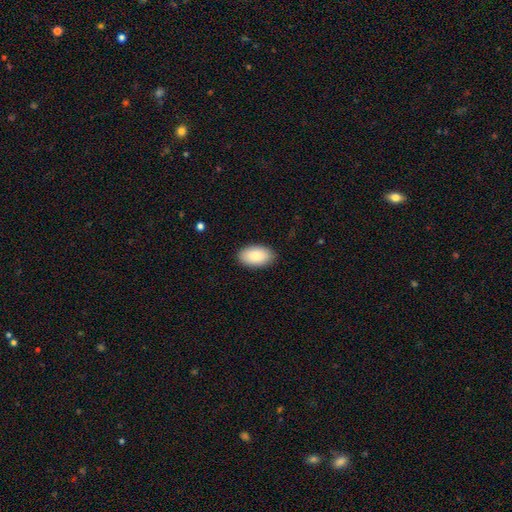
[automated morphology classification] Smooth or featured? Predicted: smooth (p=0.87). How rounded? Predicted: in between (p=0.95). Merging? Predicted: none (p=0.87).